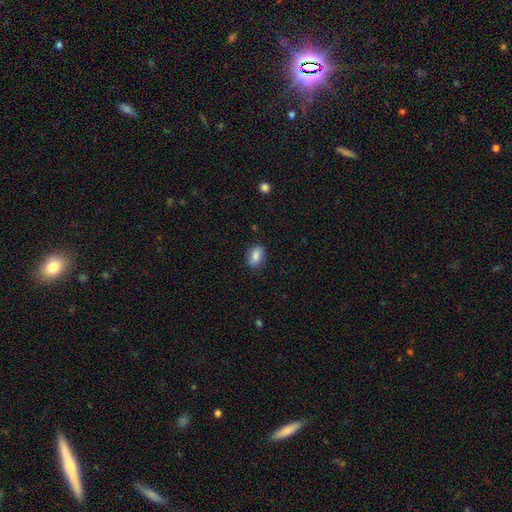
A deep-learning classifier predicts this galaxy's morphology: smooth 82%, featured or disk 10%, star or artifact 8%. Down the decision tree: how rounded — in between (79%); merging — none (81%).